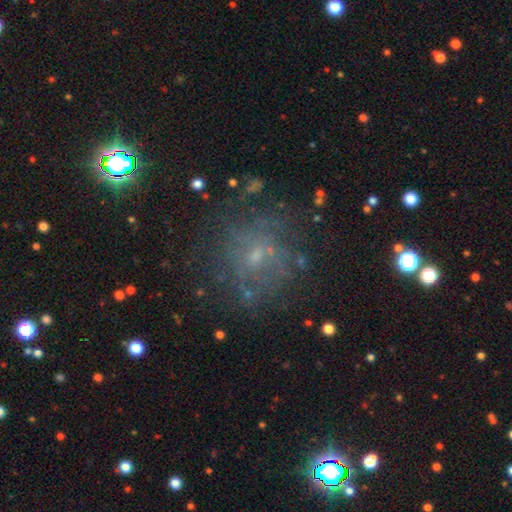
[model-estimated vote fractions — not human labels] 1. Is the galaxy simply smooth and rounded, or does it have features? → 38% featured or disk, 32% star or artifact, 30% smooth.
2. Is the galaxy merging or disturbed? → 72% none, 14% minor disturbance, 11% major disturbance, 2% merger.